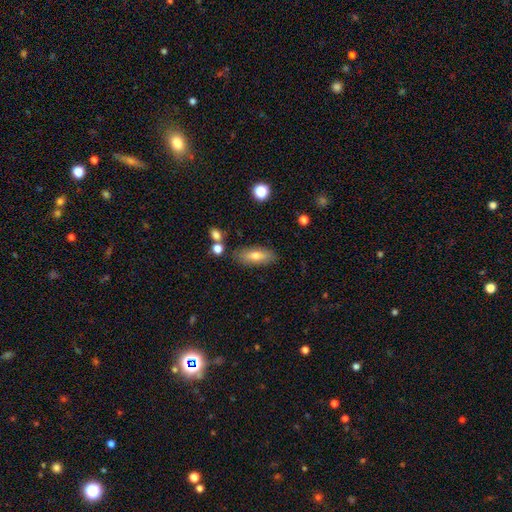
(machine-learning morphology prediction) This appears to be a smooth galaxy with no disk features (71%) that is in between round and cigar-shaped (72%). Merging: none (81%).